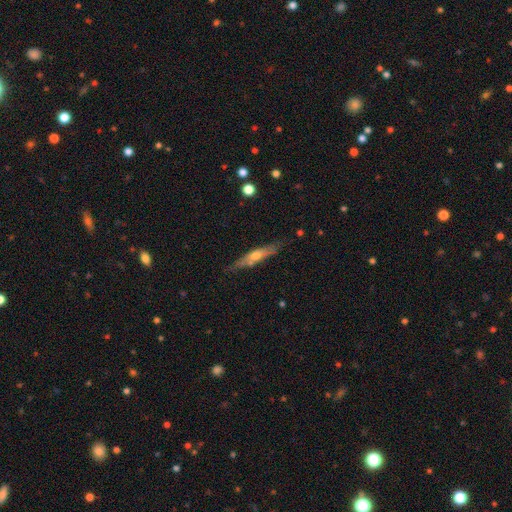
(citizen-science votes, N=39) Smooth or featured? 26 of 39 (67%) said featured or disk. Edge-on disk? 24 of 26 (92%) said yes. Edge-on bulge? 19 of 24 (79%) said rounded. Merging? 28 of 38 (74%) said none.